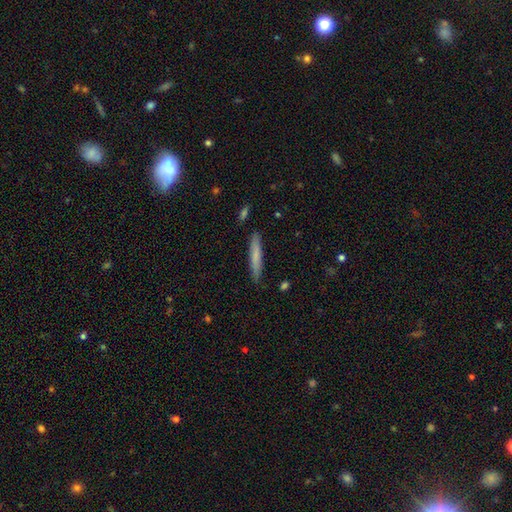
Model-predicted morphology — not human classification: type=smooth (73%); roundness=cigar-shaped (94%); merging=none (88%).